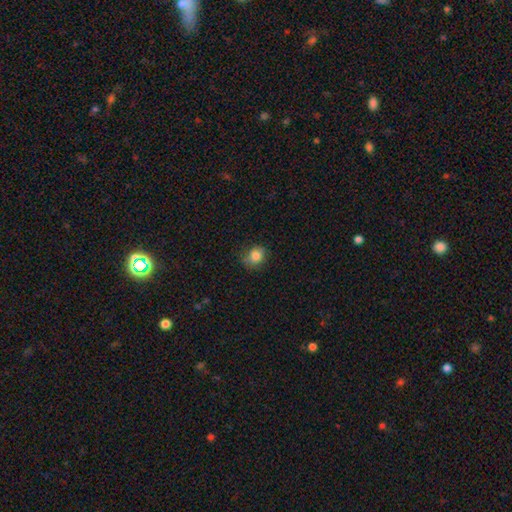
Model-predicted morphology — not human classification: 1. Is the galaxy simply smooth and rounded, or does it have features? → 84% smooth, 10% star or artifact, 6% featured or disk.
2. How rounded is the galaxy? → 65% round, 34% in between, 1% cigar-shaped.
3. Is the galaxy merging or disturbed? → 69% none, 24% minor disturbance, 6% major disturbance, 1% merger.